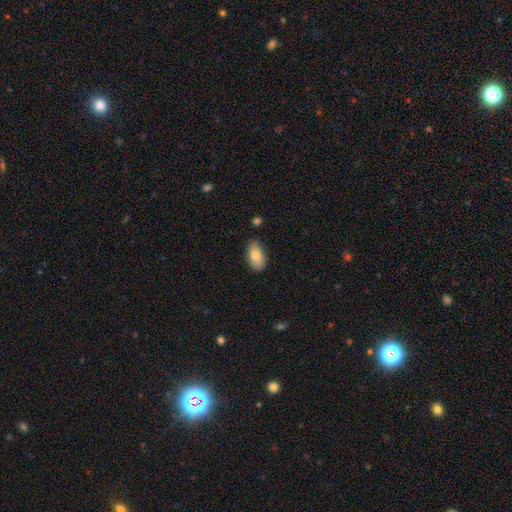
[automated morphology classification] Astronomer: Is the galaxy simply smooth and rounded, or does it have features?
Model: smooth — 83%.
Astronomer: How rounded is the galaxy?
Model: in between — 93%.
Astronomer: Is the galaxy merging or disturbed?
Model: none — 72%.